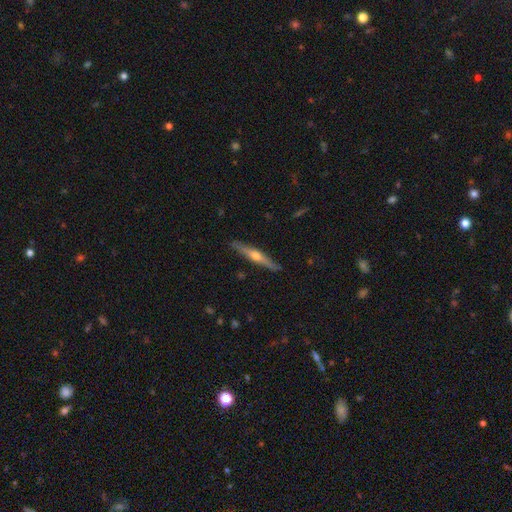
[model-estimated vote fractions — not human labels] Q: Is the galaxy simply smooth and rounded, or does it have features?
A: featured or disk — 64%.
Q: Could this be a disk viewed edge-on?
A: yes — 96%.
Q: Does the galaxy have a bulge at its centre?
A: rounded — 89%.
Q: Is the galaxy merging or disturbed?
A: none — 89%.